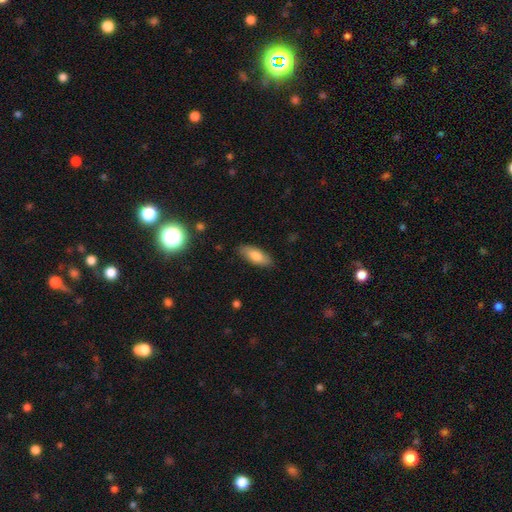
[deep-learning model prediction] smooth_or_featured: smooth (p=0.80) [alt: featured or disk p=0.14]
how_rounded: in between (p=0.78) [alt: cigar-shaped p=0.20]
merging: none (p=0.84) [alt: minor disturbance p=0.12]